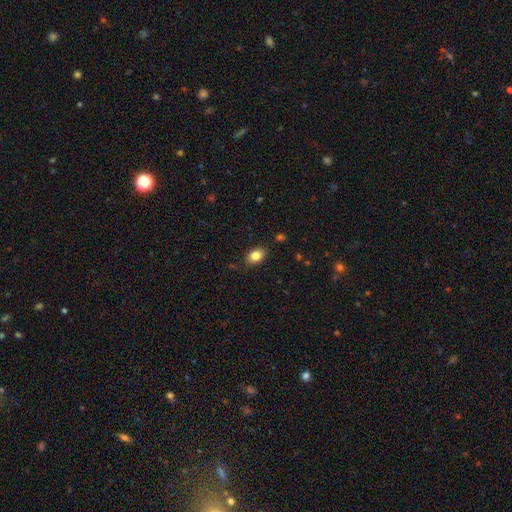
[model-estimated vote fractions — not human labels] This appears to be a smooth galaxy with no disk features (84%) that is in between round and cigar-shaped (79%). Merging: none (84%).